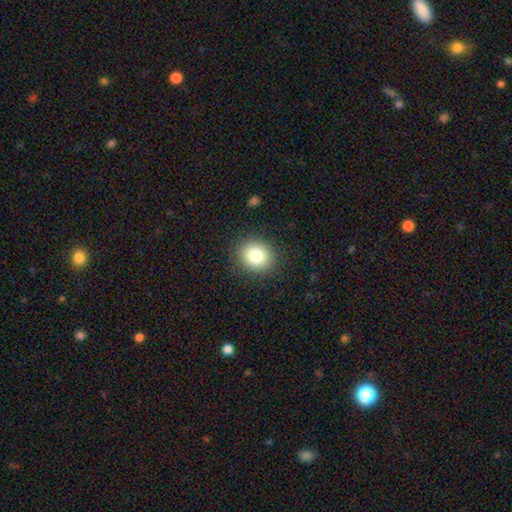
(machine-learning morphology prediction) The model was most divided on "how rounded": round: 74%, in between: 25%, cigar-shaped: 1%. More confident: merging — none (89%); smooth or featured — smooth (82%).